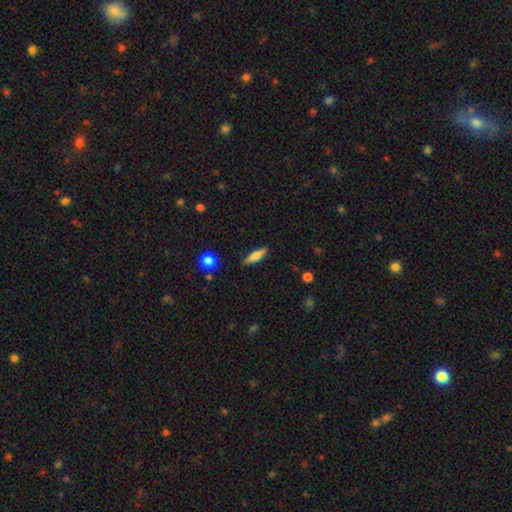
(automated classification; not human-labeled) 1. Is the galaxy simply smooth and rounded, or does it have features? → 60% smooth, 33% featured or disk, 7% star or artifact.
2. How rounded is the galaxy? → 68% cigar-shaped, 29% in between, 3% round.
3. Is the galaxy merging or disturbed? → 87% none, 9% minor disturbance, 2% major disturbance, 2% merger.